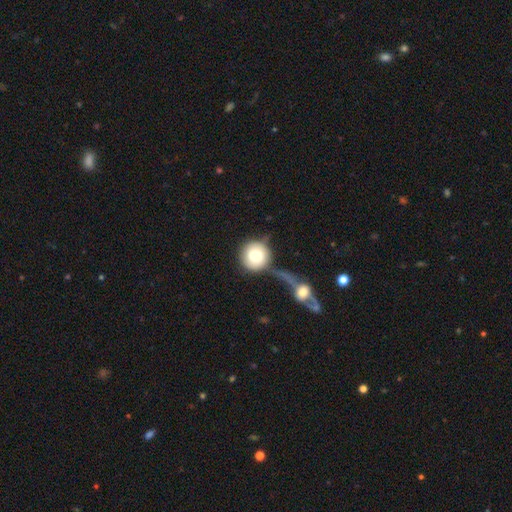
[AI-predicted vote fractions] A smooth galaxy with no disk features (74%) that is round (93%). Merging: none (45%).